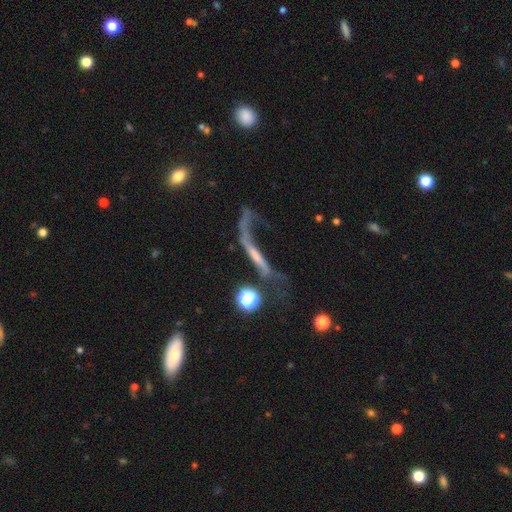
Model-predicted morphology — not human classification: This appears to be a featured or disk galaxy (62%). Merging: major disturbance (48%).